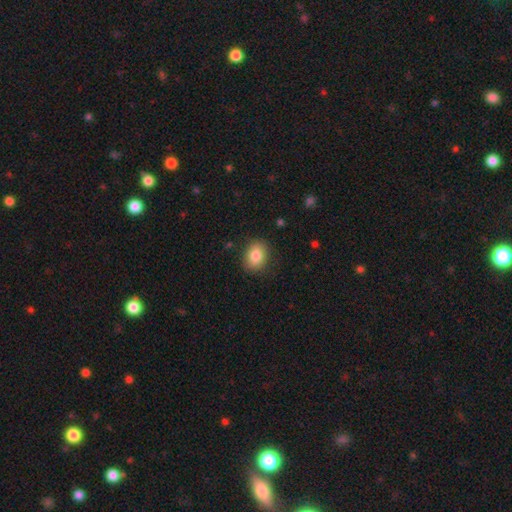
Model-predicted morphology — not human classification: Smooth or featured? Predicted: smooth (p=0.83). How rounded? Predicted: in between (p=0.58). Merging? Predicted: none (p=0.85).